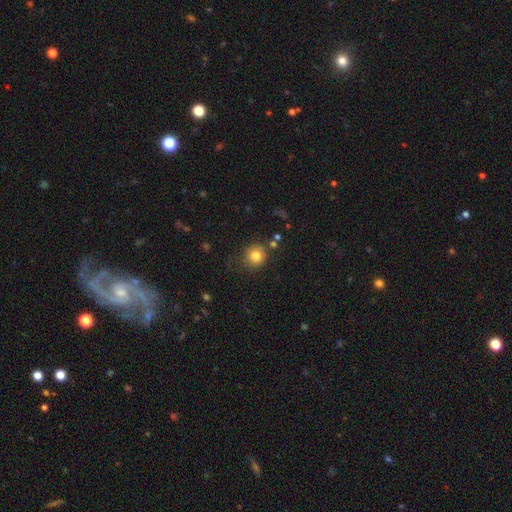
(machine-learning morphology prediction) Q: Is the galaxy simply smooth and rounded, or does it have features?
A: smooth — 81%.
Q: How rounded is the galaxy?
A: round — 85%.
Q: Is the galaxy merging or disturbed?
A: none — 74%.